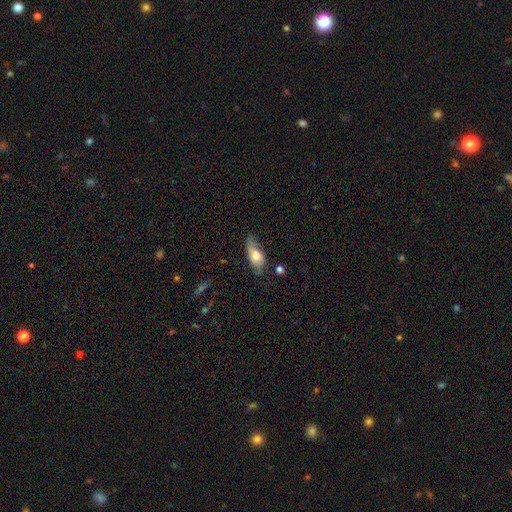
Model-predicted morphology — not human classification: Smooth or featured?
  - smooth: 60% *
  - featured or disk: 33%
  - star or artifact: 7%
How rounded?
  - in between: 83% *
  - cigar-shaped: 13%
  - round: 4%
Merging?
  - none: 47% *
  - minor disturbance: 35%
  - major disturbance: 14%
  - merger: 4%